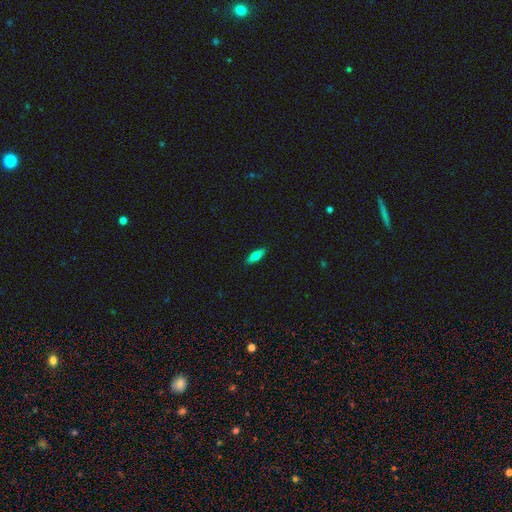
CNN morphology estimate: Q: Smooth or featured?
A: smooth (67%); runner-up: featured or disk (26%)
Q: How rounded?
A: in between (56%); runner-up: cigar-shaped (41%)
Q: Merging?
A: none (89%); runner-up: minor disturbance (8%)